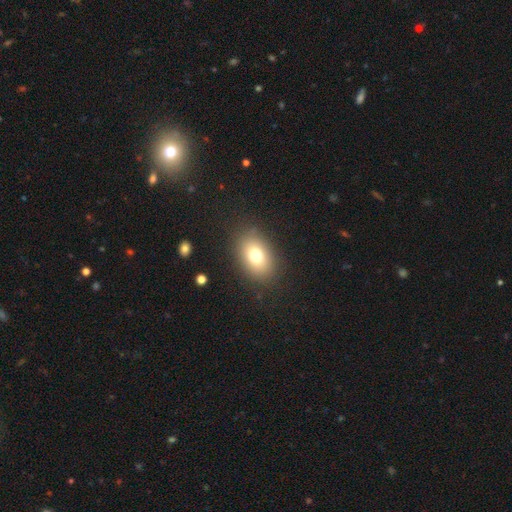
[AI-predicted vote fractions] smooth 77%, featured or disk 12%, star or artifact 11%. Down the decision tree: how rounded — in between (80%); merging — none (85%).